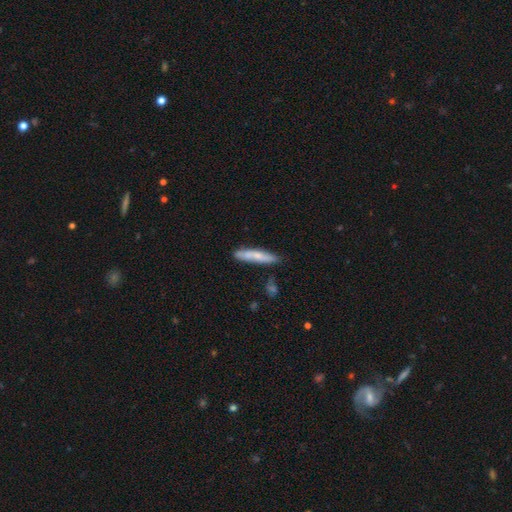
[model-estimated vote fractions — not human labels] This appears to be a smooth galaxy with no disk features (63%) that is cigar-shaped (86%). Merging: none (76%).